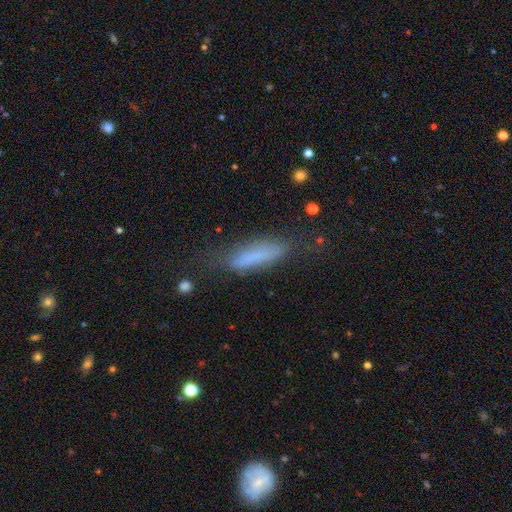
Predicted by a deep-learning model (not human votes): Q: Smooth or featured?
A: smooth (72%); runner-up: featured or disk (18%)
Q: How rounded?
A: cigar-shaped (73%); runner-up: in between (26%)
Q: Merging?
A: none (68%); runner-up: minor disturbance (21%)